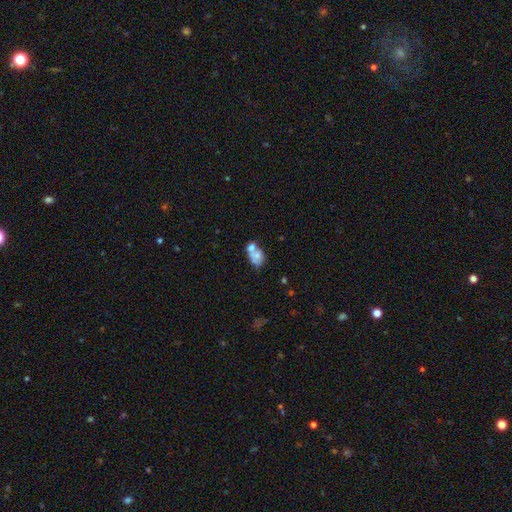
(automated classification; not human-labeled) smooth 57%, featured or disk 34%, star or artifact 10%. Down the decision tree: how rounded — in between (73%); merging — merger (58%).